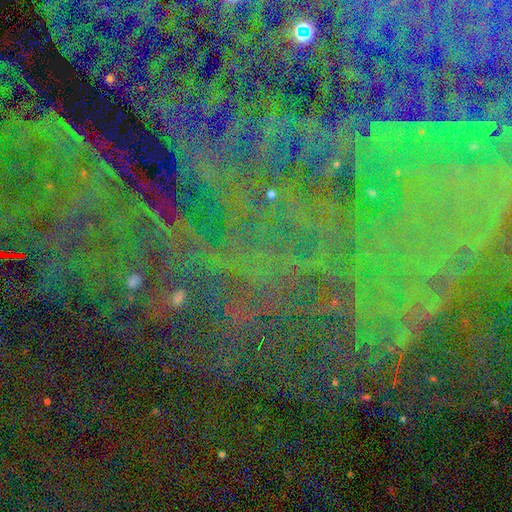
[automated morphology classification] This is clearly a star or artifact rather than a galaxy (84%).